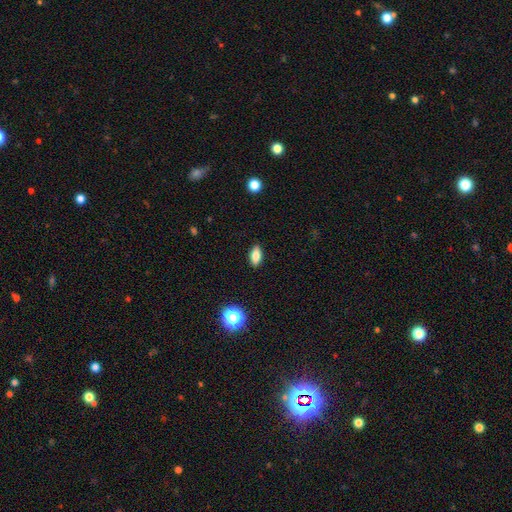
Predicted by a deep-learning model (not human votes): Q: Smooth or featured?
A: smooth (79%); runner-up: featured or disk (12%)
Q: How rounded?
A: in between (83%); runner-up: cigar-shaped (12%)
Q: Merging?
A: none (89%); runner-up: minor disturbance (8%)